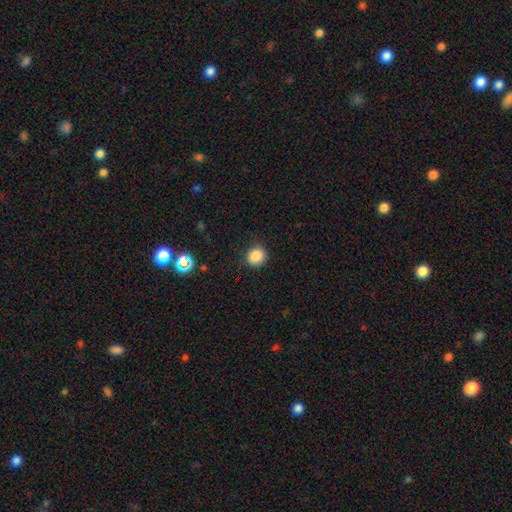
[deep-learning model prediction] Smooth or featured: smooth — 85% (star or artifact — 11%)
How rounded: round — 81% (in between — 18%)
Merging: none — 87% (minor disturbance — 9%)